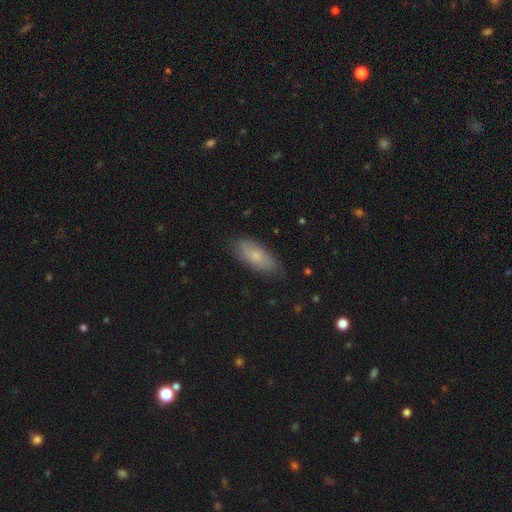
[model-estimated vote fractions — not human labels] Smooth or featured? Predicted: smooth (p=0.64). How rounded? Predicted: in between (p=0.81). Merging? Predicted: none (p=0.78).